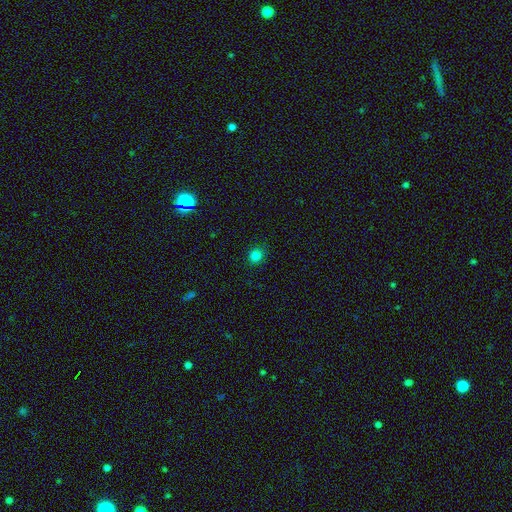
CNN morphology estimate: This appears to be a smooth galaxy with no disk features (82%) that is round (82%). Merging: none (90%).